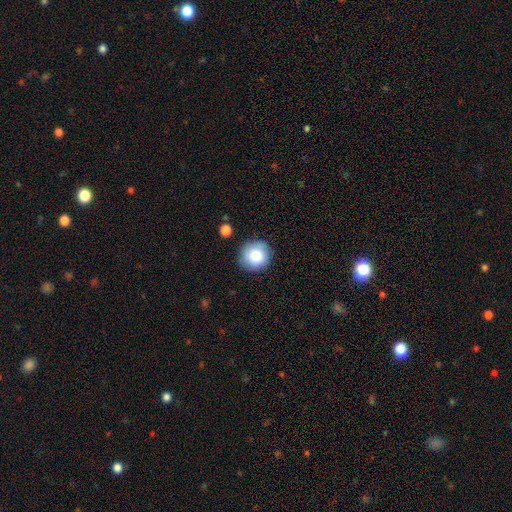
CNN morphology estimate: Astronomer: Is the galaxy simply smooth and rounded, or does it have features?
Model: smooth — 84%.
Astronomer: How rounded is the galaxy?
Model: round — 93%.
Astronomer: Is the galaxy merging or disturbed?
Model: none — 86%.